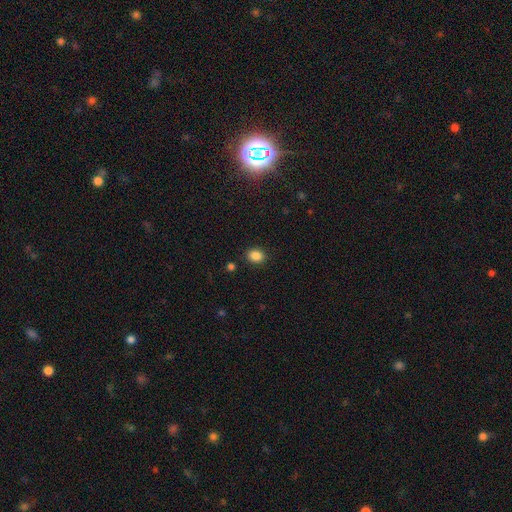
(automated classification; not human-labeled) Q: Smooth or featured?
A: smooth (86%); runner-up: star or artifact (10%)
Q: How rounded?
A: in between (58%); runner-up: round (41%)
Q: Merging?
A: none (87%); runner-up: minor disturbance (8%)